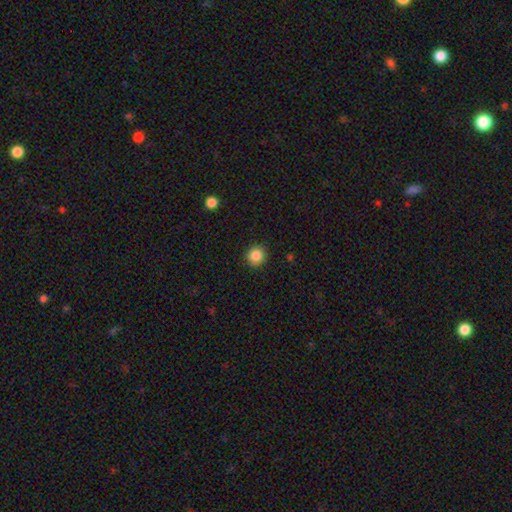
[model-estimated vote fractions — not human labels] smooth 86%, star or artifact 10%, featured or disk 4%. Down the decision tree: how rounded — round (91%); merging — none (91%).